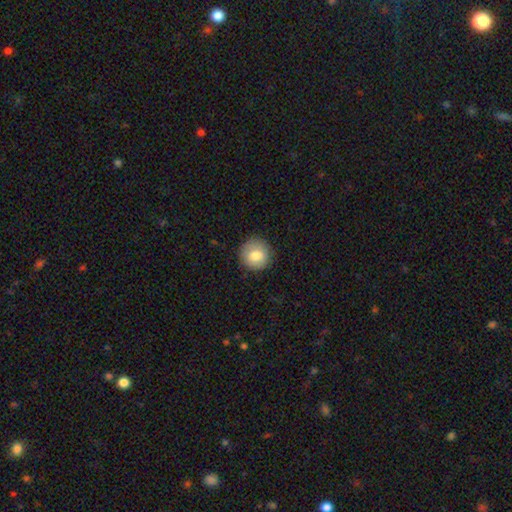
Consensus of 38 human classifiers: A smooth galaxy with no disk features (87%) that is round (100%).

Vote fractions:
- Smooth or featured? smooth: 87% / star or artifact: 8% / featured or disk: 5%
- How rounded? round: 100% / in between: 0% / cigar-shaped: 0%
- Merging? none: 91% / minor disturbance: 6% / major disturbance: 3% / merger: 0%